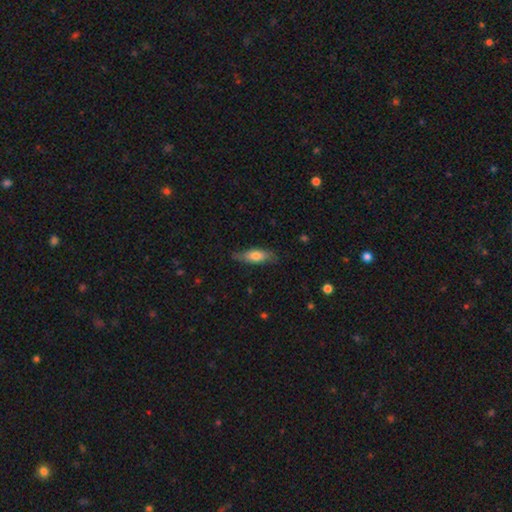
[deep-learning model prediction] A smooth galaxy with no disk features (67%) that is in between round and cigar-shaped (61%). Merging: none (73%).